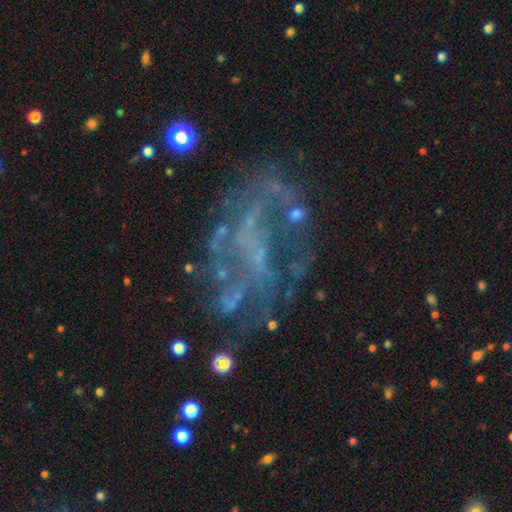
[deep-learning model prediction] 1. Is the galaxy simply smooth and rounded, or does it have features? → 75% featured or disk, 16% star or artifact, 9% smooth.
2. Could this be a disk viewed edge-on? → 97% no, 3% yes.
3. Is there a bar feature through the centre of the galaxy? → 63% no, 26% weak, 11% strong.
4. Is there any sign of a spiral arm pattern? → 58% yes, 42% no.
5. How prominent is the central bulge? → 68% none, 23% small, 7% moderate, 1% large, 1% dominant.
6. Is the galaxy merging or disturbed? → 46% none, 31% major disturbance, 17% minor disturbance, 5% merger.